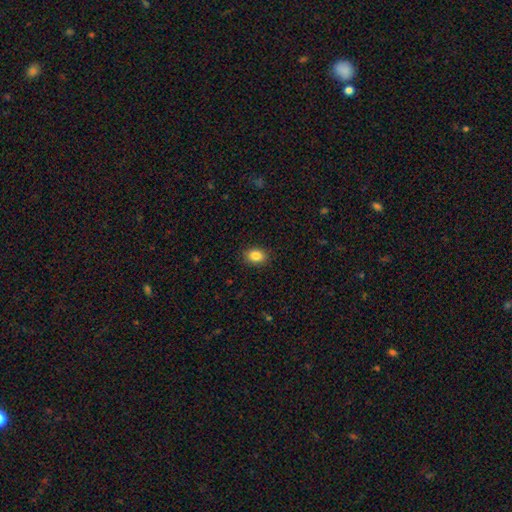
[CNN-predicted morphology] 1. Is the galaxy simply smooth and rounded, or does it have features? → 86% smooth, 9% star or artifact, 5% featured or disk.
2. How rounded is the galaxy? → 64% in between, 35% round, 1% cigar-shaped.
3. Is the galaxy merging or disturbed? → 90% none, 7% minor disturbance, 2% major disturbance, 1% merger.